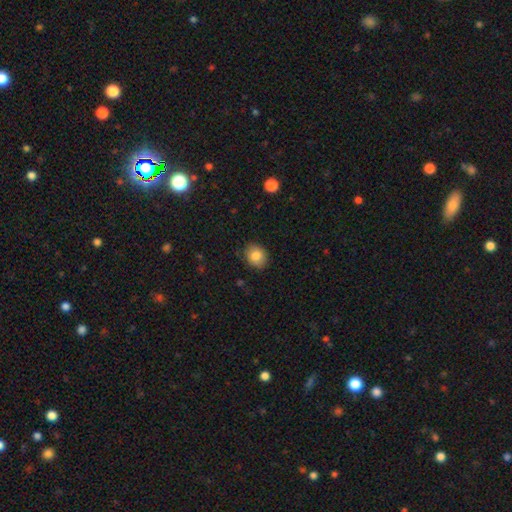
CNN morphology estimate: This appears to be a smooth galaxy with no disk features (85%) that is round (57%). Merging: none (86%).